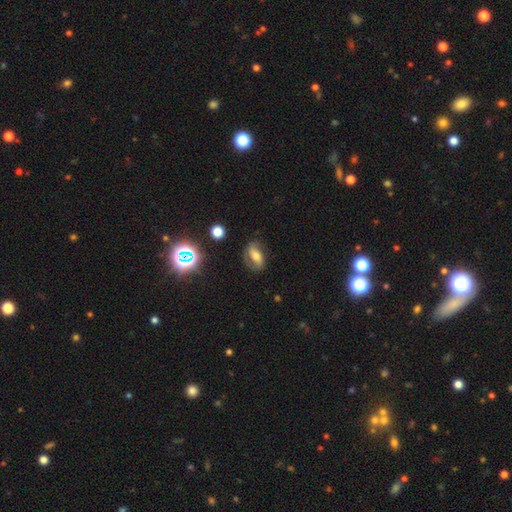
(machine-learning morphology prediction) This is possibly a featured or disk galaxy (53%). It is clearly not viewed edge-on (93%). Merging: likely none (68%).